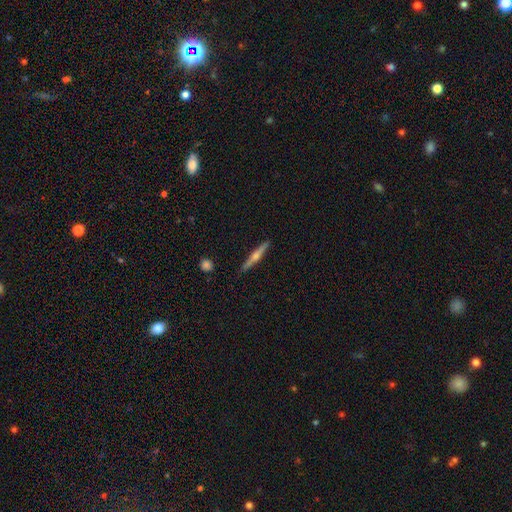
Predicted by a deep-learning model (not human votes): The model was most divided on "smooth or featured": featured or disk: 69%, smooth: 25%, star or artifact: 6%. More confident: edge-on disk — yes (98%); merging — none (91%); edge-on bulge — rounded (86%).